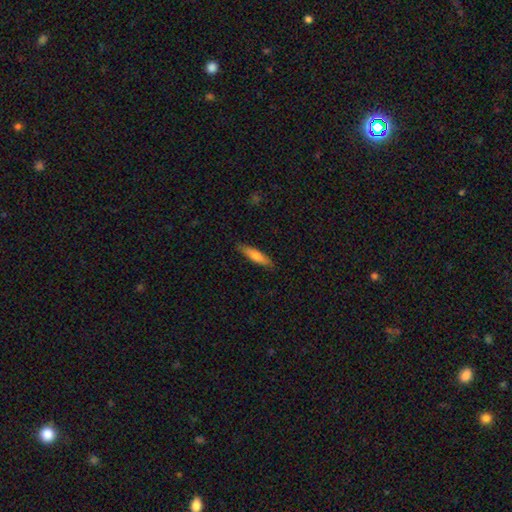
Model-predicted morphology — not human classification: smooth 68%, featured or disk 26%, star or artifact 6%. Down the decision tree: how rounded — cigar-shaped (79%); merging — none (86%).